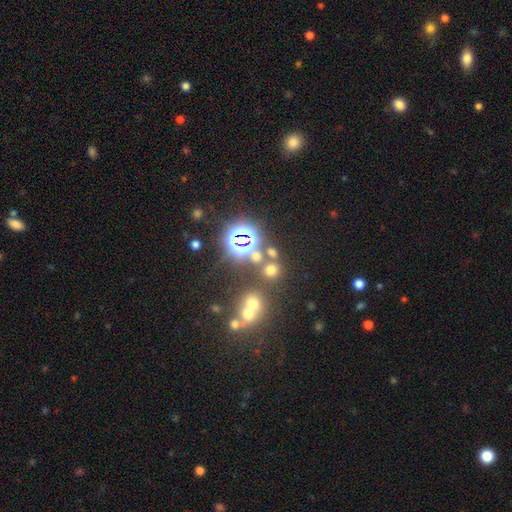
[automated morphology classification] smooth_or_featured: star or artifact (p=0.46) [alt: smooth p=0.44]